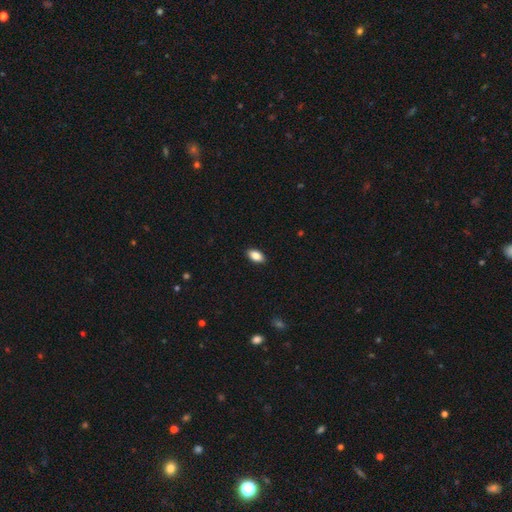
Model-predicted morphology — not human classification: Smooth or featured: smooth — 87% (star or artifact — 7%)
How rounded: in between — 93% (cigar-shaped — 4%)
Merging: none — 90% (minor disturbance — 7%)